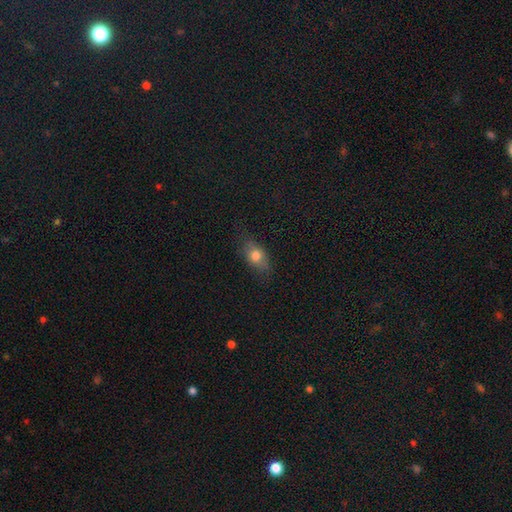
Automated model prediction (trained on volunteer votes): Overall: smooth (75%). How rounded: in between (79%). Merging: none (73%).